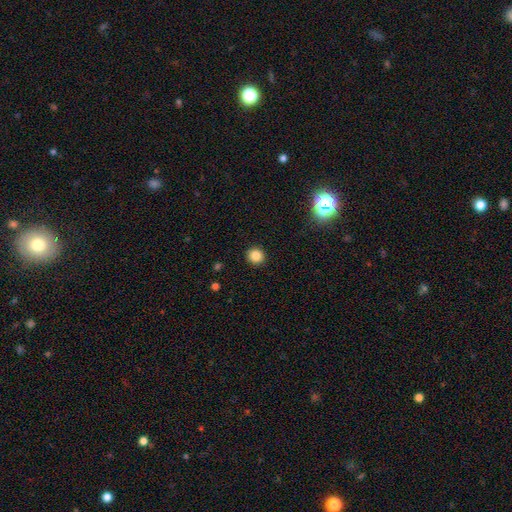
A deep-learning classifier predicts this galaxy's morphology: smooth-or-featured: smooth: 84% | star or artifact: 11% | featured or disk: 5%
  how-rounded: round: 92% | in between: 7% | cigar-shaped: 1%
  merging: none: 92% | minor disturbance: 5% | major disturbance: 2% | merger: 1%